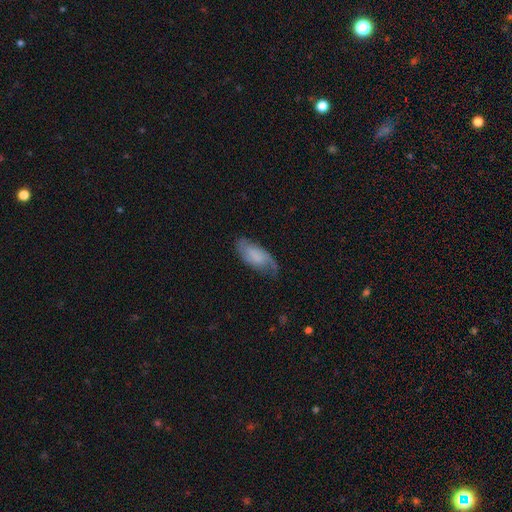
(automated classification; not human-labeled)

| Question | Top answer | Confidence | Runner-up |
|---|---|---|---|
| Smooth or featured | smooth | 47% | featured or disk (45%) |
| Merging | none | 61% | minor disturbance (27%) |